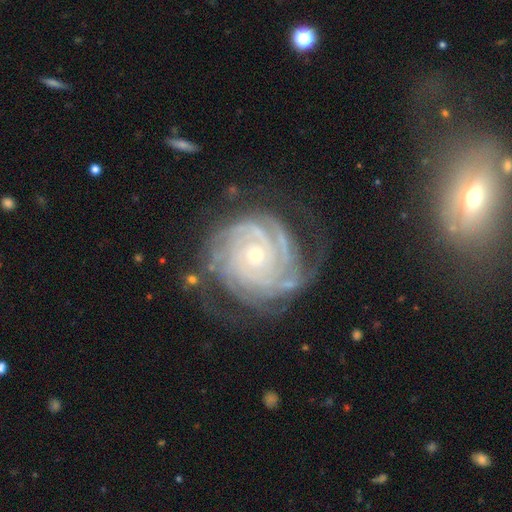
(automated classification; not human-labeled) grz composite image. It shows a featured or disk galaxy (90%) with no bar (80%), 4 (24%) tight (83%) spiral arms (98%) and a small central bulge (75%). Merging: none (66%).